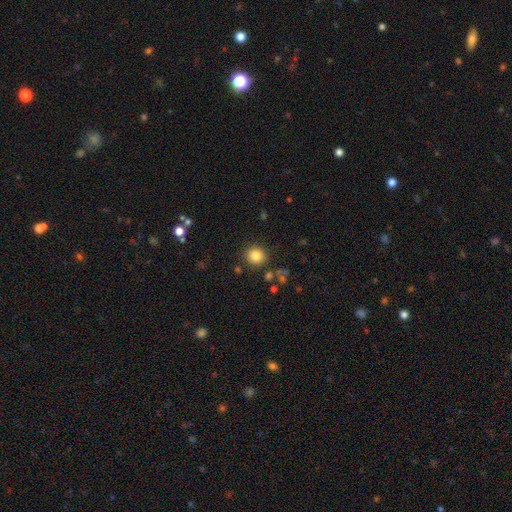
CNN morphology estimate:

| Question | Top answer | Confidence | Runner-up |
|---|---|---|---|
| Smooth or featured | smooth | 83% | star or artifact (11%) |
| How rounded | round | 91% | in between (8%) |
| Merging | none | 87% | minor disturbance (7%) |